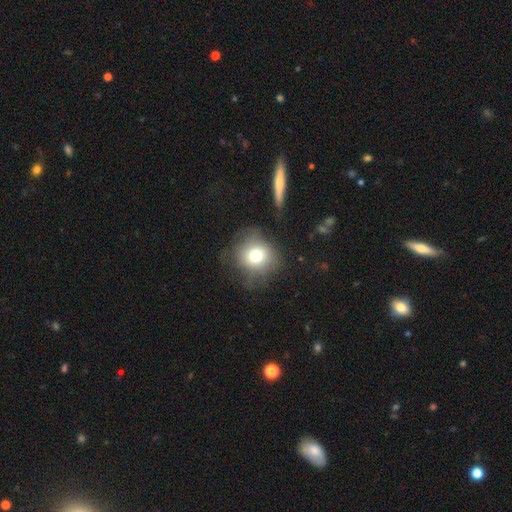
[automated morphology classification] type=smooth (72%); roundness=round (82%); merging=none (65%).